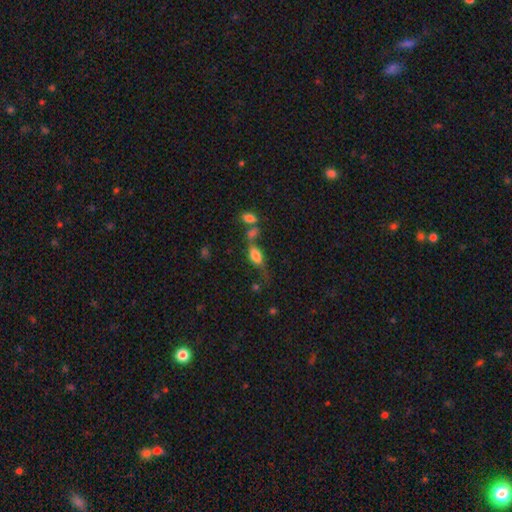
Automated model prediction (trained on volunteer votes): This appears to be a smooth galaxy with no disk features (73%) that is in between round and cigar-shaped (83%). Merging: none (34%).